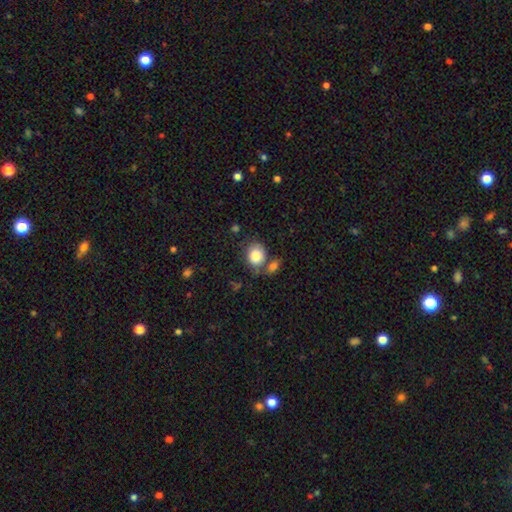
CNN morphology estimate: Q: Smooth or featured?
A: smooth (84%); runner-up: star or artifact (8%)
Q: How rounded?
A: round (58%); runner-up: in between (41%)
Q: Merging?
A: none (58%); runner-up: merger (21%)